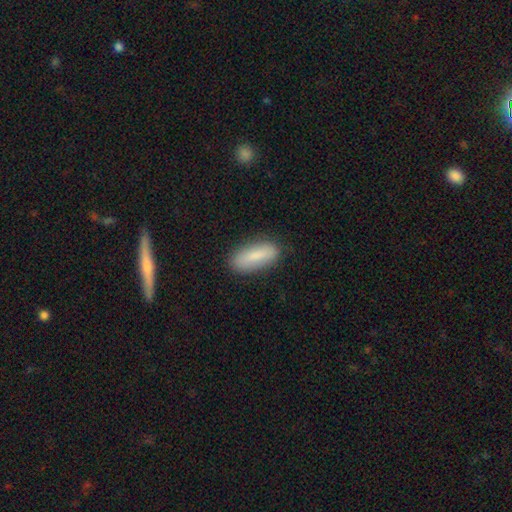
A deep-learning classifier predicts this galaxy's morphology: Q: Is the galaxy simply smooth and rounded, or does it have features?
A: smooth — 83%.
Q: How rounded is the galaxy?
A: in between — 70%.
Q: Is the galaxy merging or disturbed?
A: none — 84%.